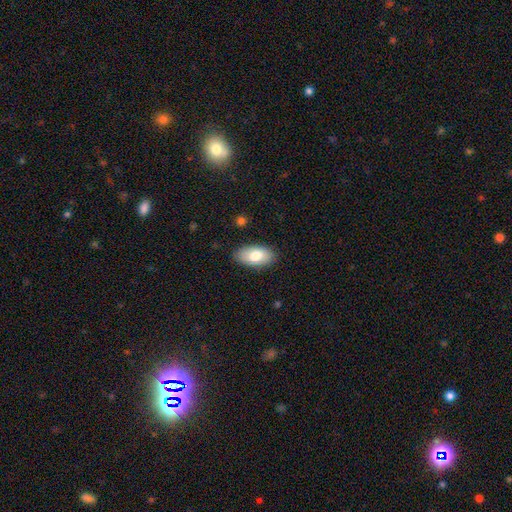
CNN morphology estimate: A smooth galaxy with no disk features (80%) that is in between round and cigar-shaped (94%). Merging: none (85%).